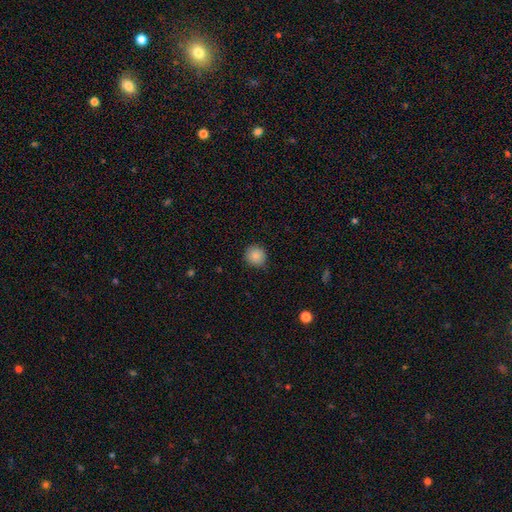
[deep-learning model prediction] smooth 86%, star or artifact 9%, featured or disk 5%. Down the decision tree: how rounded — round (89%); merging — none (87%).